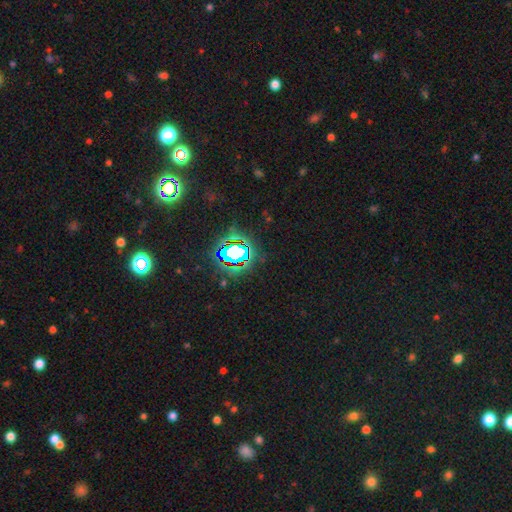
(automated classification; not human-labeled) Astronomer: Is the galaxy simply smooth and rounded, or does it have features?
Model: star or artifact — 81%.